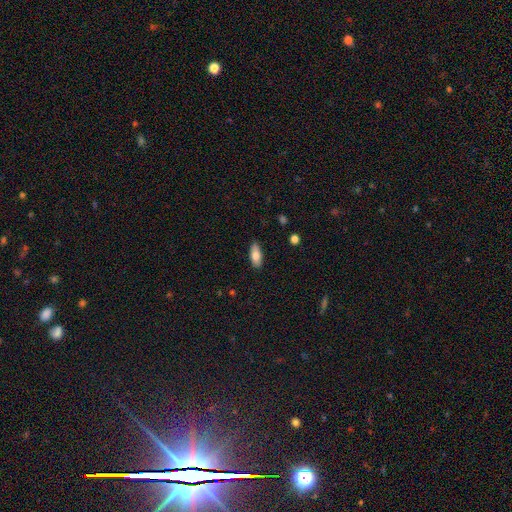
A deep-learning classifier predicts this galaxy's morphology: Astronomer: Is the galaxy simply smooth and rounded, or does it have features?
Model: smooth — 77%.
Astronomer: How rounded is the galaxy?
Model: in between — 83%.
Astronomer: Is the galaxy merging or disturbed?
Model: none — 86%.